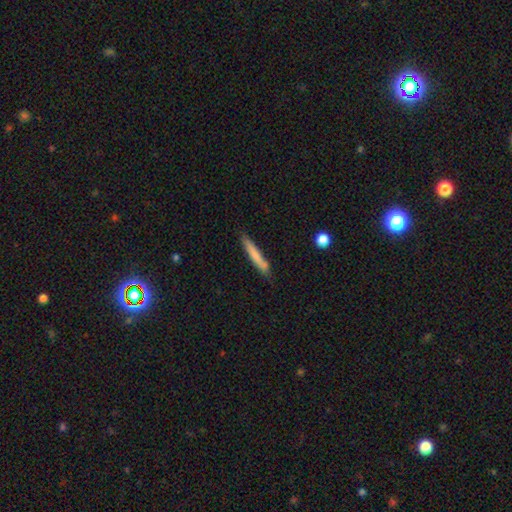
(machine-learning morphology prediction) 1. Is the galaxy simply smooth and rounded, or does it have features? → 73% smooth, 21% featured or disk, 6% star or artifact.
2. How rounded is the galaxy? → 94% cigar-shaped, 4% in between, 1% round.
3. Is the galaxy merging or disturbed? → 79% none, 15% minor disturbance, 3% merger, 3% major disturbance.